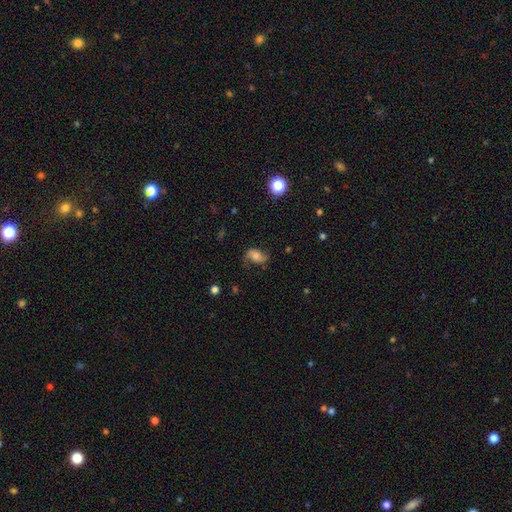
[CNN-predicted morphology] Overall: featured or disk (51%; smooth 38%). Edge-on disk: no (95%). Merging: none (60%; minor disturbance 24%).